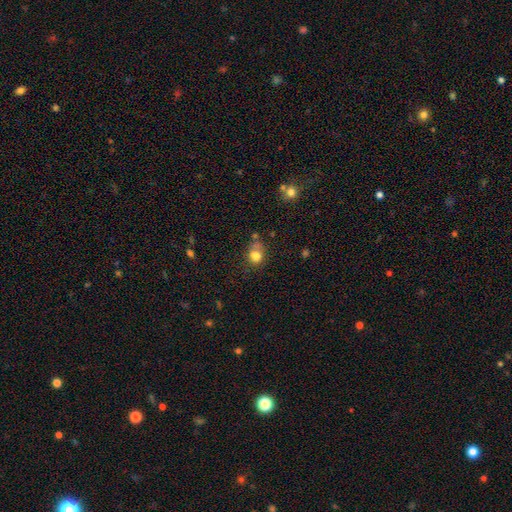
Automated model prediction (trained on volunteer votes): This appears to be a smooth galaxy with no disk features (76%) that is round (55%). Merging: none (41%).